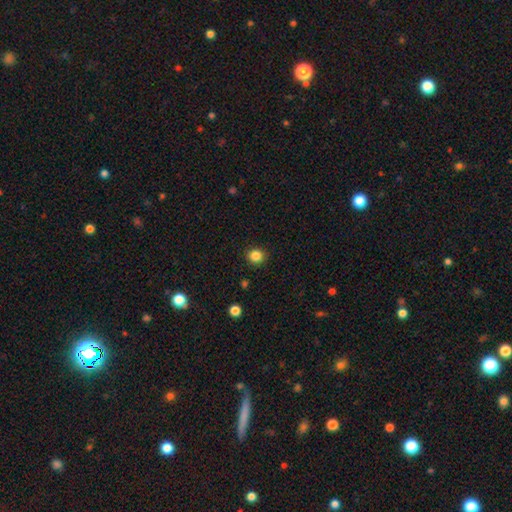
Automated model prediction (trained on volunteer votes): Morphology: type=smooth (85%); roundness=round (89%); merging=none (90%).